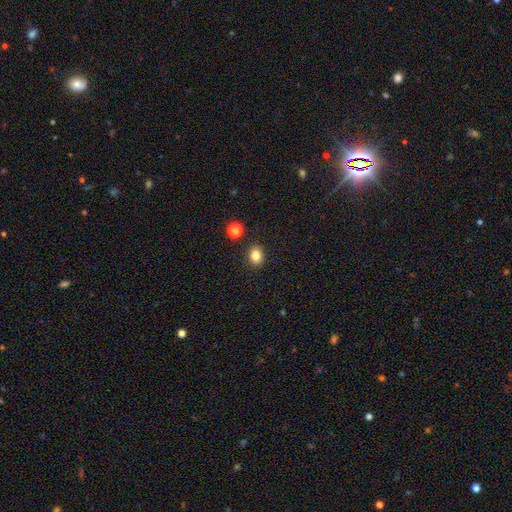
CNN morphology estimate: smooth_or_featured: smooth (p=0.83) [alt: star or artifact p=0.12]
how_rounded: round (p=0.58) [alt: in between p=0.41]
merging: none (p=0.89) [alt: minor disturbance p=0.07]